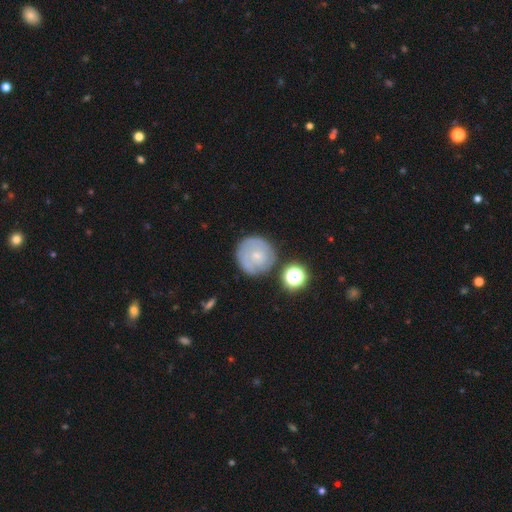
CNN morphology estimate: featured or disk 47%, smooth 43%, star or artifact 9%. Down the decision tree: merging — none (73%).